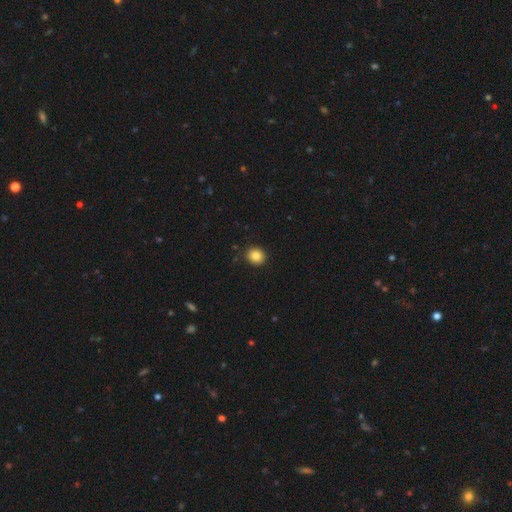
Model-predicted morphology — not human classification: The model was most divided on "how rounded": round: 84%, in between: 15%, cigar-shaped: 1%. More confident: merging — none (90%); smooth or featured — smooth (85%).